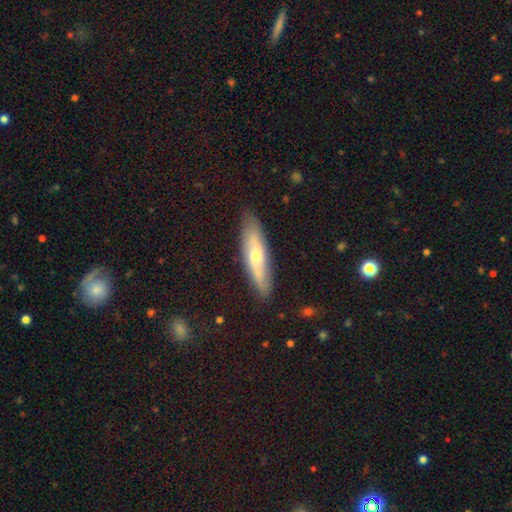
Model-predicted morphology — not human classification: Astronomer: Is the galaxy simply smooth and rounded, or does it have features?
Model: featured or disk — 48% (runner-up: smooth, 46%).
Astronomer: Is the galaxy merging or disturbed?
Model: none — 85%.